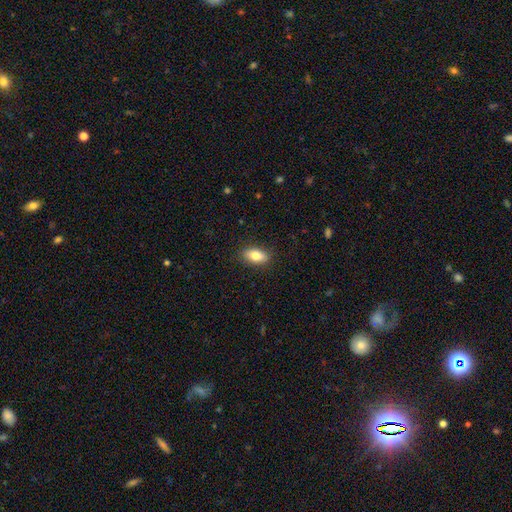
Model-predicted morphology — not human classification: smooth 82%, featured or disk 10%, star or artifact 7%. Down the decision tree: how rounded — in between (89%); merging — none (87%).